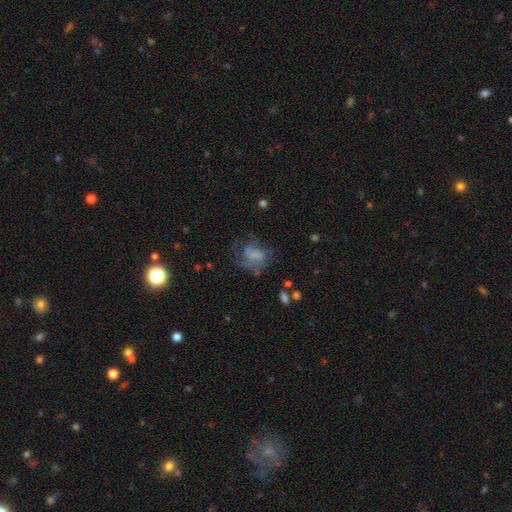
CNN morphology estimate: smooth-or-featured: featured or disk: 56% | smooth: 32% | star or artifact: 11%
  disk-edge-on: no: 98% | yes: 2%
    bar: no: 62% | weak: 31% | strong: 8%
    has-spiral-arms: yes: 77% | no: 23%
    bulge-size: none: 59% | small: 14% | moderate: 14% | large: 11% | dominant: 3%
  merging: none: 41% | major disturbance: 35% | minor disturbance: 20% | merger: 3%